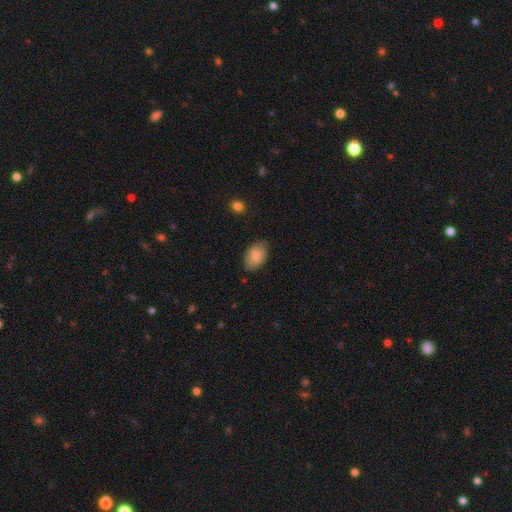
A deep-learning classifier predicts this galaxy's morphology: Smooth or featured: smooth — 82% (featured or disk — 11%)
How rounded: in between — 89% (round — 10%)
Merging: none — 72% (minor disturbance — 23%)